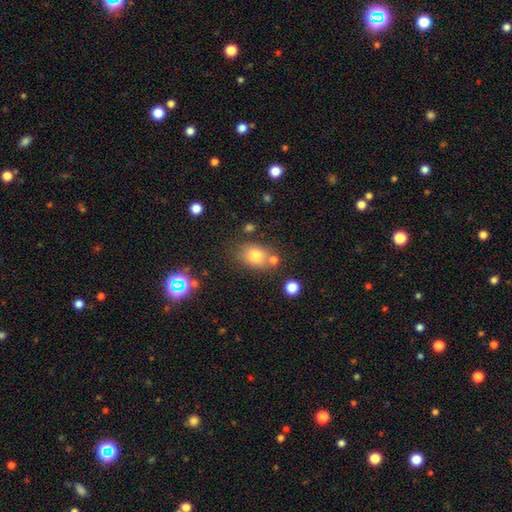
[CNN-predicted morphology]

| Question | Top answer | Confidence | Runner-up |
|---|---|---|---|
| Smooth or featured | smooth | 77% | star or artifact (12%) |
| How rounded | in between | 68% | round (31%) |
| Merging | none | 65% | minor disturbance (15%) |